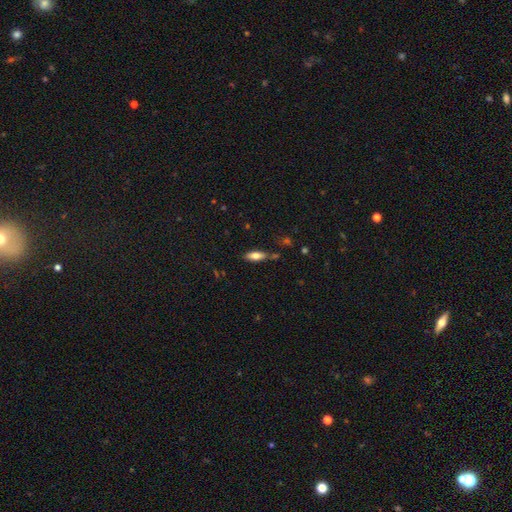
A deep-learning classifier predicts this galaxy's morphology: Smooth or featured? smooth (71%)
How rounded? in between (66%)
Merging? none (72%)